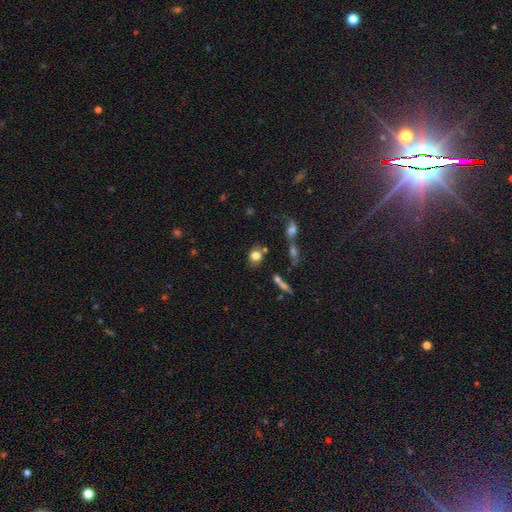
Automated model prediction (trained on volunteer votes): Morphology: type=smooth (79%); roundness=round (61%); merging=none (65%).